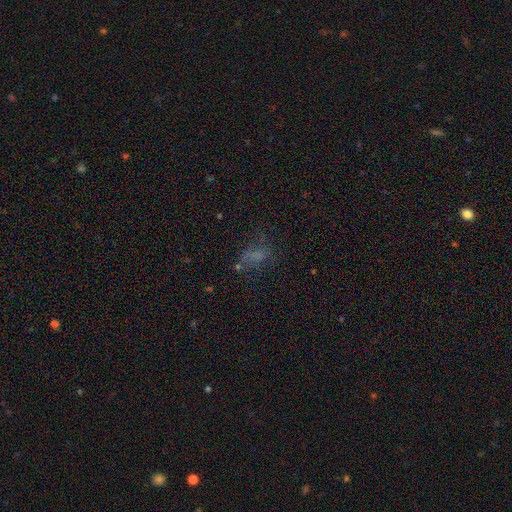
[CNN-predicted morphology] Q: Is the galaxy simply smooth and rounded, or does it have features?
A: smooth — 50%.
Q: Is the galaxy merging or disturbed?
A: none — 44%.